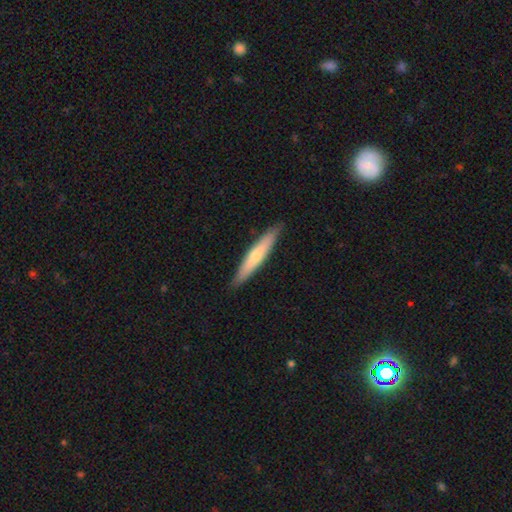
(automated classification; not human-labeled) A featured or disk galaxy (51%) viewed edge-on (91%). Merging: none (90%).